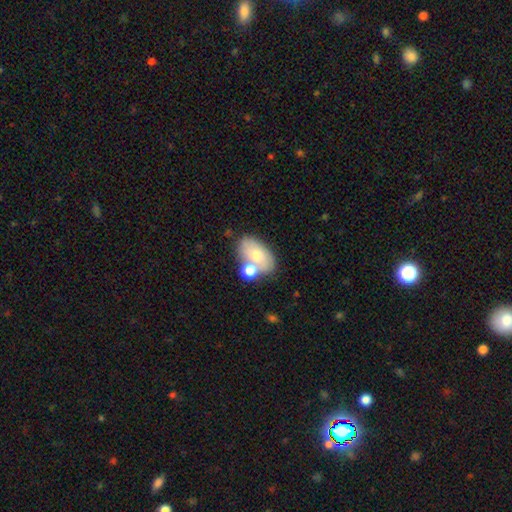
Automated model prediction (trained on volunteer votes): This is likely a smooth galaxy (66%). How rounded: clearly in between (86%). Merging: possibly none (52%).